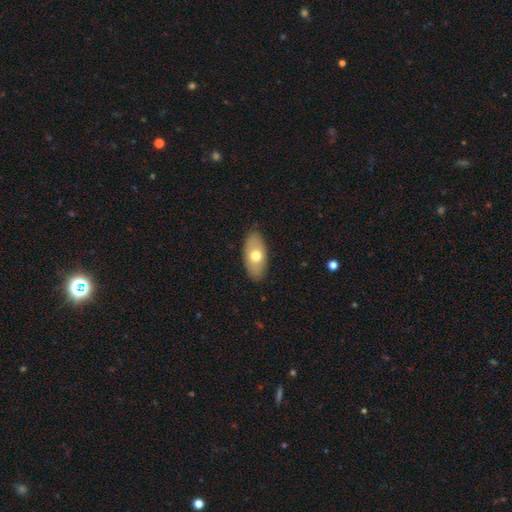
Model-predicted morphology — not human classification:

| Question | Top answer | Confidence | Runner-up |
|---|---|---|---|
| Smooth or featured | smooth | 66% | featured or disk (28%) |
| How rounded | in between | 91% | cigar-shaped (5%) |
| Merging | none | 85% | minor disturbance (12%) |